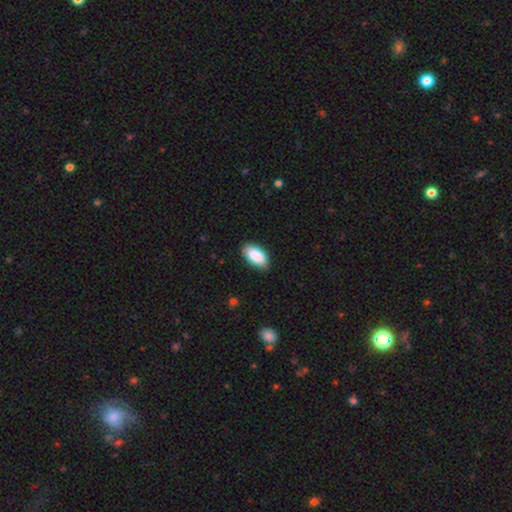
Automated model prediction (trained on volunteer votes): Smooth or featured? smooth (89%)
How rounded? in between (95%)
Merging? none (85%)